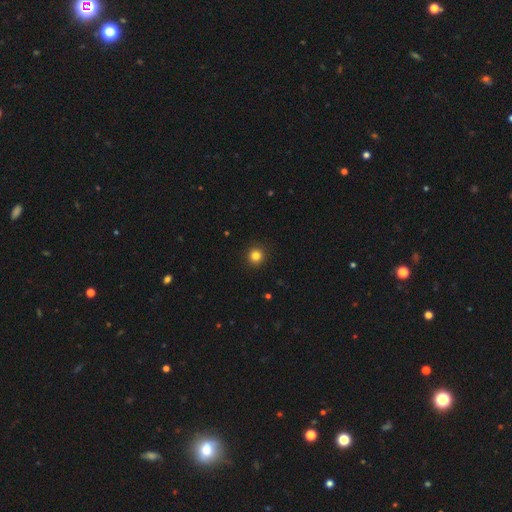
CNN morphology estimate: smooth-or-featured: smooth: 82% | star or artifact: 13% | featured or disk: 5%
  how-rounded: round: 95% | in between: 4% | cigar-shaped: 1%
  merging: none: 93% | minor disturbance: 5% | major disturbance: 2% | merger: 1%